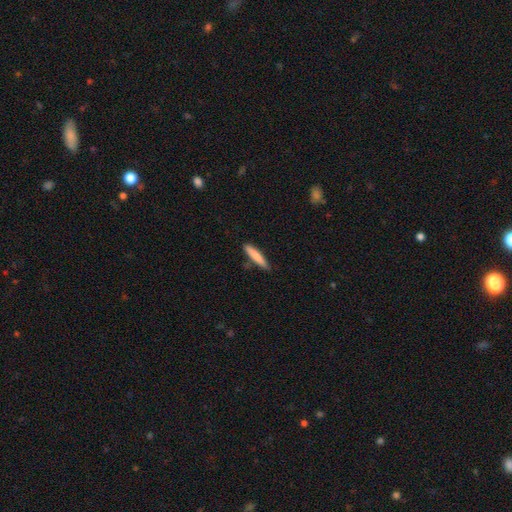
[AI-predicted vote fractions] Smooth or featured? Predicted: smooth (p=0.80). How rounded? Predicted: cigar-shaped (p=0.90). Merging? Predicted: none (p=0.82).